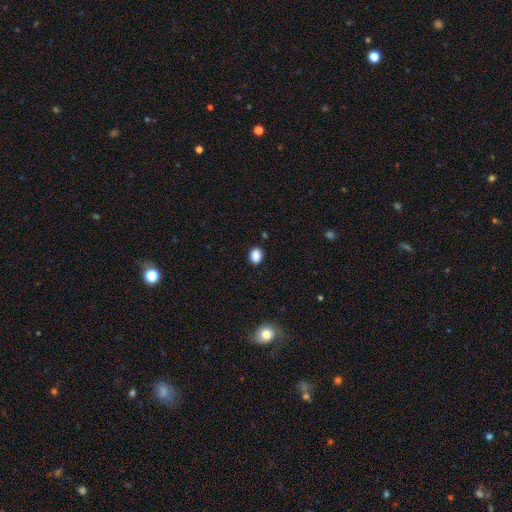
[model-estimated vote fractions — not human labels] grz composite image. It shows a smooth galaxy with no disk features (88%) that is in between round and cigar-shaped (62%). Merging: none (89%).